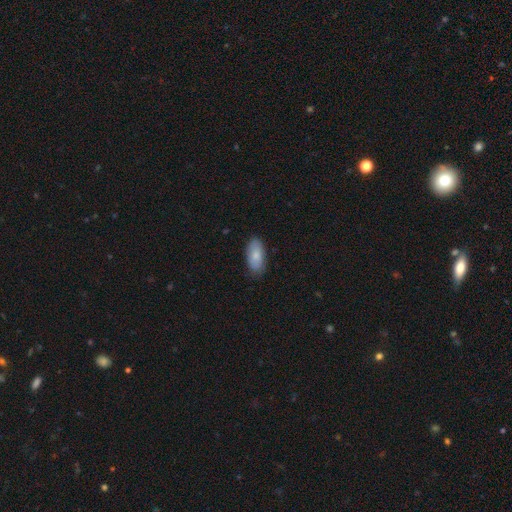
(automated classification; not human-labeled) Smooth or featured: smooth — 82% (featured or disk — 12%)
How rounded: in between — 91% (cigar-shaped — 7%)
Merging: none — 81% (minor disturbance — 15%)